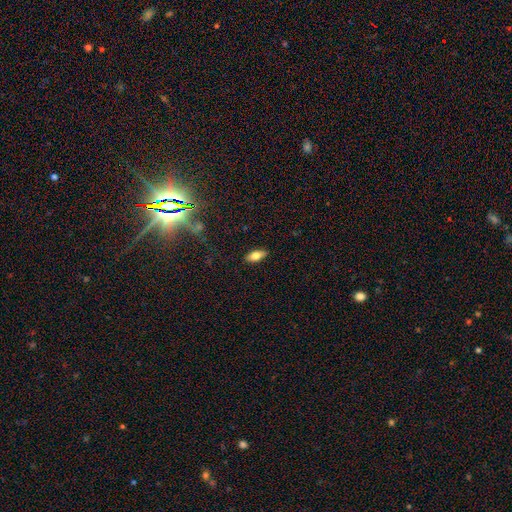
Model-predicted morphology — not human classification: A smooth galaxy with no disk features (72%) that is in between round and cigar-shaped (82%). Merging: none (88%).